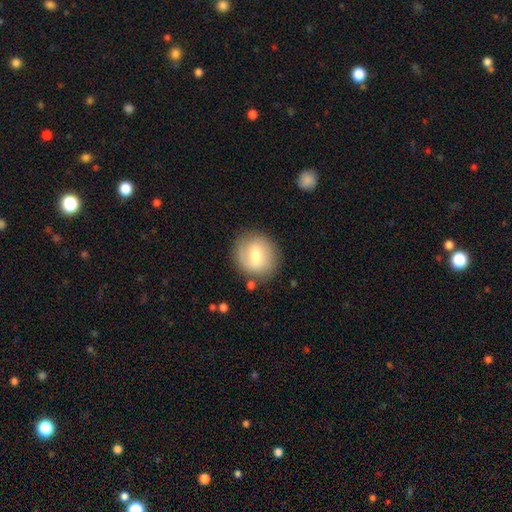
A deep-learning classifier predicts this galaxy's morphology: Smooth or featured? smooth (61%)
How rounded? round (85%)
Merging? none (81%)